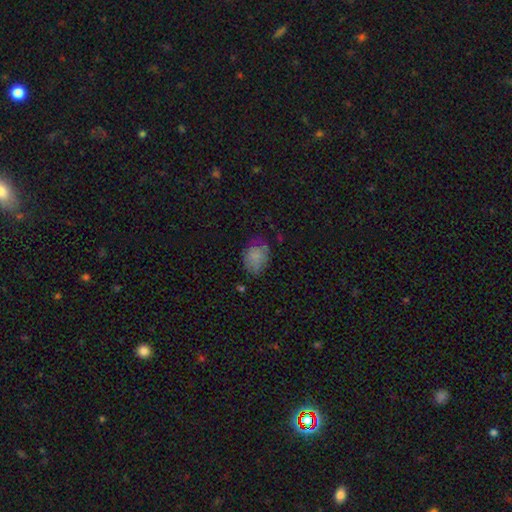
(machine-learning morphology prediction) smooth_or_featured: smooth (p=0.79) [alt: featured or disk p=0.11]
how_rounded: in between (p=0.71) [alt: round p=0.28]
merging: none (p=0.63) [alt: minor disturbance p=0.27]